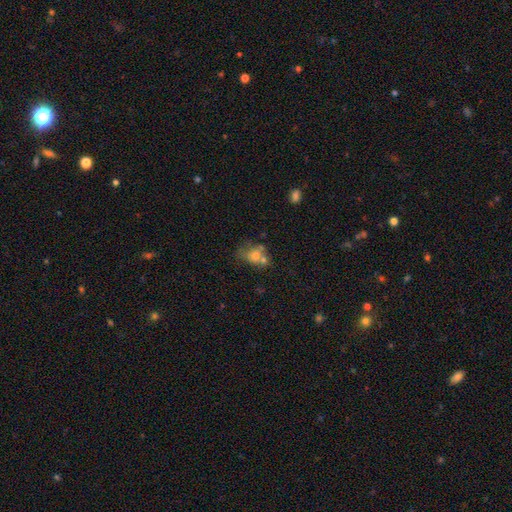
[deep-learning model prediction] A smooth galaxy with no disk features (60%) that is in between round and cigar-shaped (51%).

Vote fractions:
- Smooth or featured? smooth: 60% / featured or disk: 25% / star or artifact: 15%
- How rounded? in between: 51% / round: 48% / cigar-shaped: 2%
- Merging? merger: 40% / none: 33% / minor disturbance: 16% / major disturbance: 11%